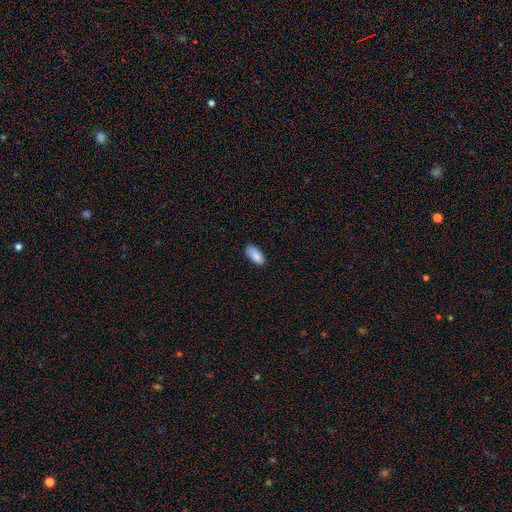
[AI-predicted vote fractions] Smooth or featured?
  - smooth: 87% *
  - star or artifact: 7%
  - featured or disk: 6%
How rounded?
  - in between: 91% *
  - cigar-shaped: 7%
  - round: 2%
Merging?
  - none: 82% *
  - minor disturbance: 15%
  - major disturbance: 2%
  - merger: 1%